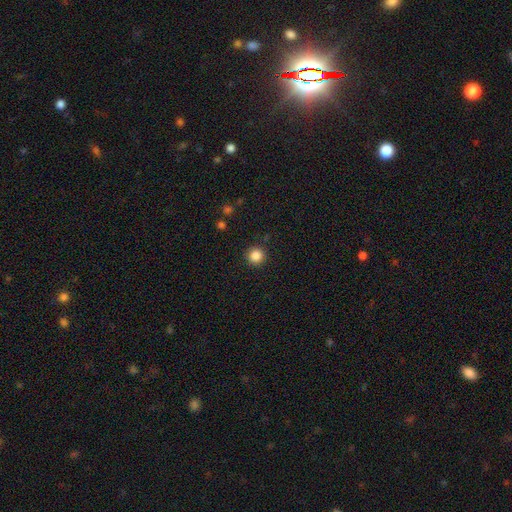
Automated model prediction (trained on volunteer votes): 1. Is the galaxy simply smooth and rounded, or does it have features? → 86% smooth, 11% star or artifact, 4% featured or disk.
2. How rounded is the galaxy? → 95% round, 4% in between, 1% cigar-shaped.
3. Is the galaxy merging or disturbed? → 91% none, 6% minor disturbance, 2% major disturbance, 1% merger.